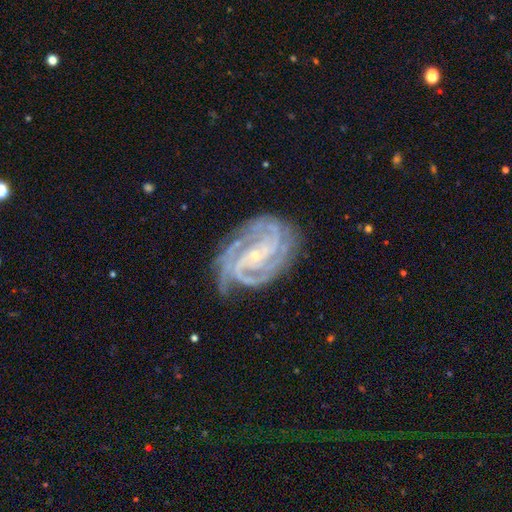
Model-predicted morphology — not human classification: featured or disk 91%, star or artifact 6%, smooth 3%. Down the decision tree: edge-on disk — no (97%); bar — no (47%); spiral arms — yes (99%); spiral arm count — 3 (29%); spiral winding — tight (66%); bulge size — small (82%); merging — none (73%).